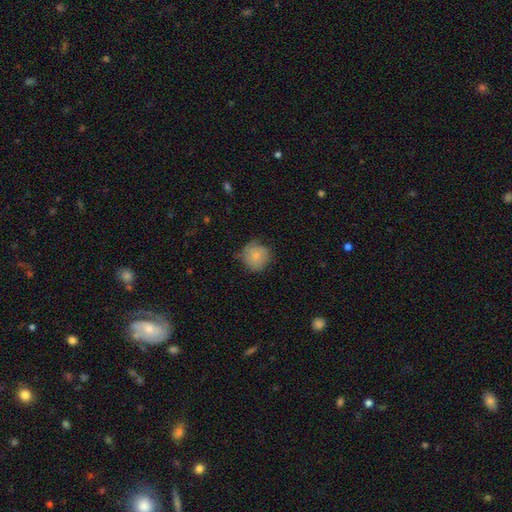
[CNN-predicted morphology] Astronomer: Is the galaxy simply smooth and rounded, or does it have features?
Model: smooth — 74%.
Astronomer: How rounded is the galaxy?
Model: round — 89%.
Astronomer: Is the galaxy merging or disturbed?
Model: none — 61%.